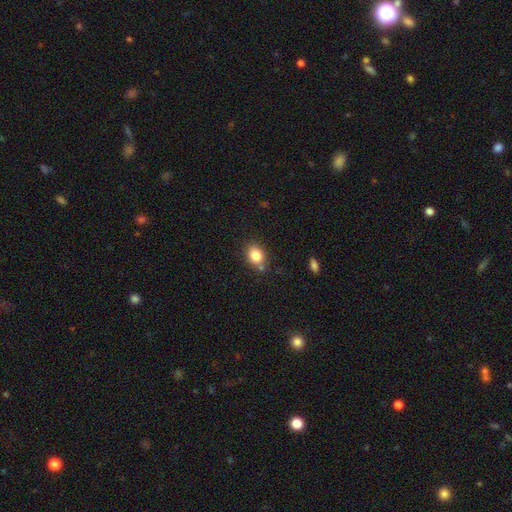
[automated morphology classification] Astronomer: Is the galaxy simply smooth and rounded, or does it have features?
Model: smooth — 83%.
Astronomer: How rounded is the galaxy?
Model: in between — 50% (runner-up: round, 49%).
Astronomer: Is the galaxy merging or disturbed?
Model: none — 72%.